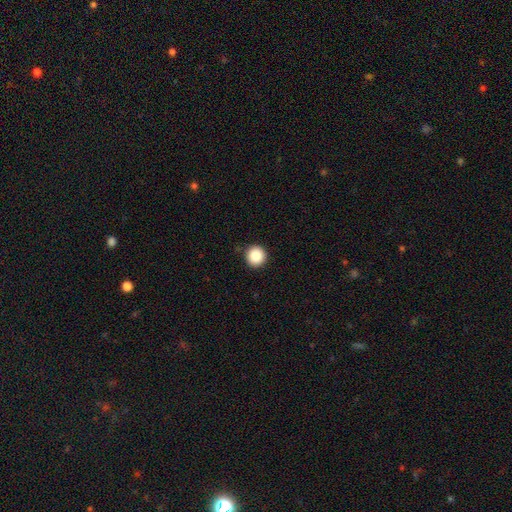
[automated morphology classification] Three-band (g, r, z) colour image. It shows a smooth galaxy with no disk features (87%) that is round (95%). Merging: none (91%).